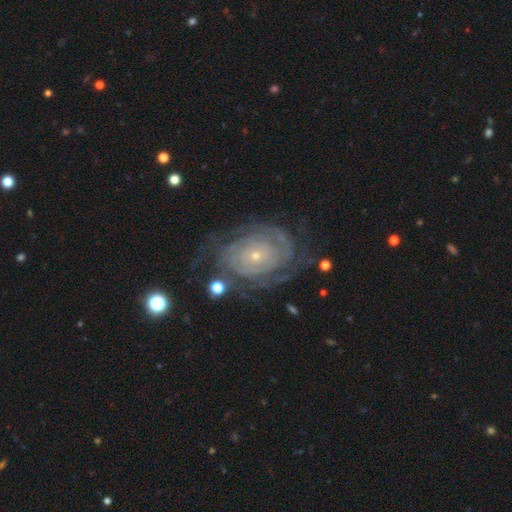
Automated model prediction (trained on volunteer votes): Morphology: type=featured or disk (84%); edge-on=no (96%); bar=no (79%); spiral arms=yes (92%); winding=tight (78%); arm count=can't tell (42%); bulge=small (81%); merging=none (68%).